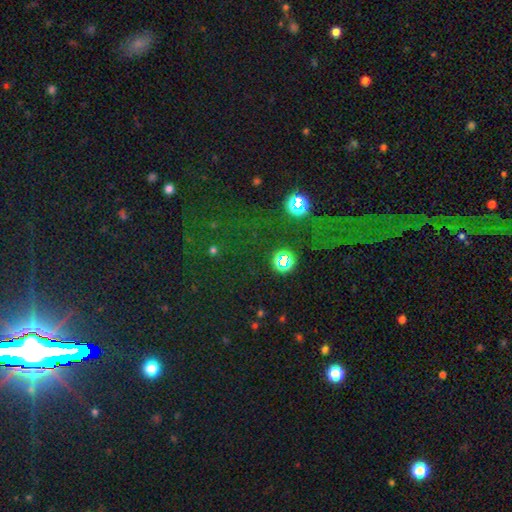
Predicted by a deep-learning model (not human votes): A star or artifact, not a galaxy (74%).

Vote fractions:
- Smooth or featured? star or artifact: 74% / smooth: 15% / featured or disk: 10%